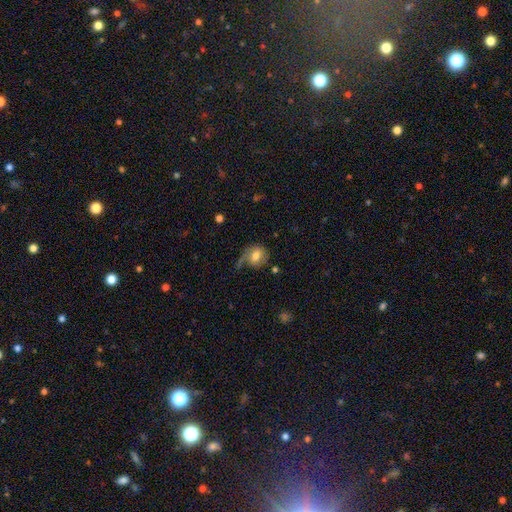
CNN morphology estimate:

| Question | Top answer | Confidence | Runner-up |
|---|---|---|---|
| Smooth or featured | smooth | 65% | featured or disk (27%) |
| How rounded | round | 68% | in between (30%) |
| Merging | none | 45% | minor disturbance (25%) |